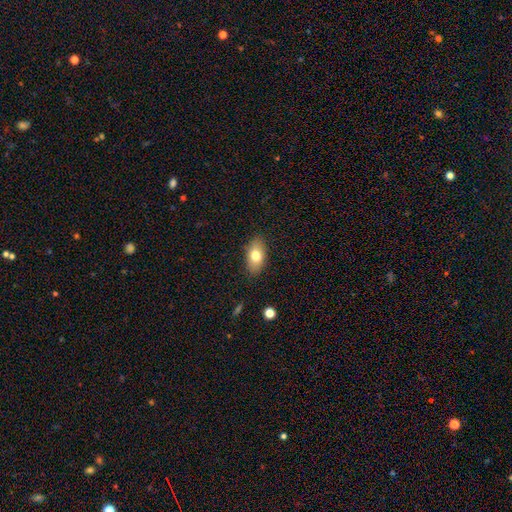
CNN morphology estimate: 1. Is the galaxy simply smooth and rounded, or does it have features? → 75% smooth, 17% featured or disk, 8% star or artifact.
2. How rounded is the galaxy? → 89% in between, 7% round, 4% cigar-shaped.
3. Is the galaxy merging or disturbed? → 86% none, 11% minor disturbance, 2% major disturbance, 1% merger.